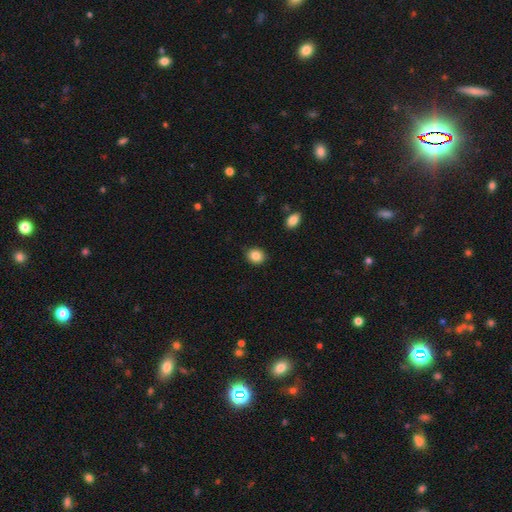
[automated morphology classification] Smooth or featured? Predicted: smooth (p=0.85). How rounded? Predicted: round (p=0.71). Merging? Predicted: none (p=0.90).